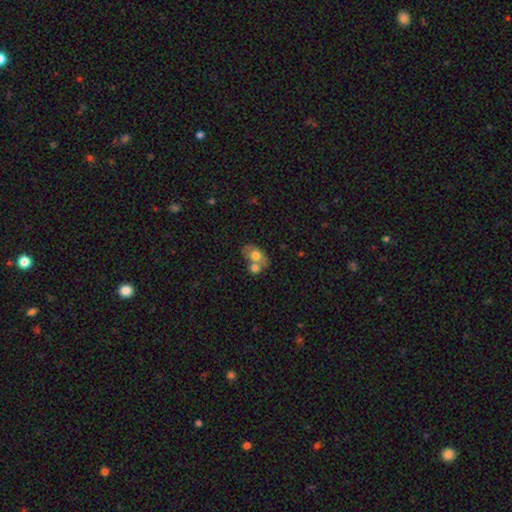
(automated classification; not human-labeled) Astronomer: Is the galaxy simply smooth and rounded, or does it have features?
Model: smooth — 67%.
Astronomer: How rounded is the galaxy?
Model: in between — 74%.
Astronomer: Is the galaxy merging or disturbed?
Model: merger — 51% (runner-up: none, 34%).